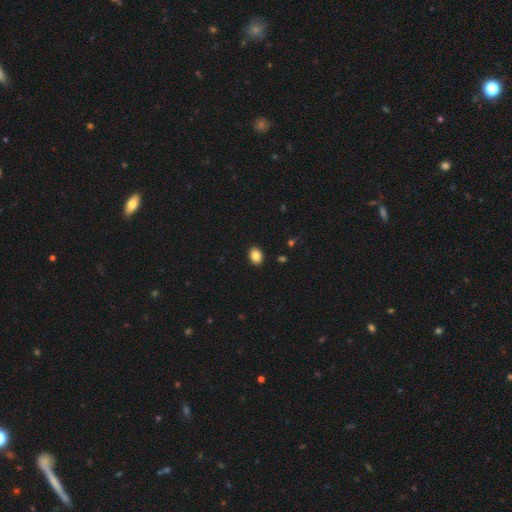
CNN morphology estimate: Smooth or featured: smooth — 85% (star or artifact — 9%)
How rounded: in between — 65% (round — 34%)
Merging: none — 91% (minor disturbance — 6%)